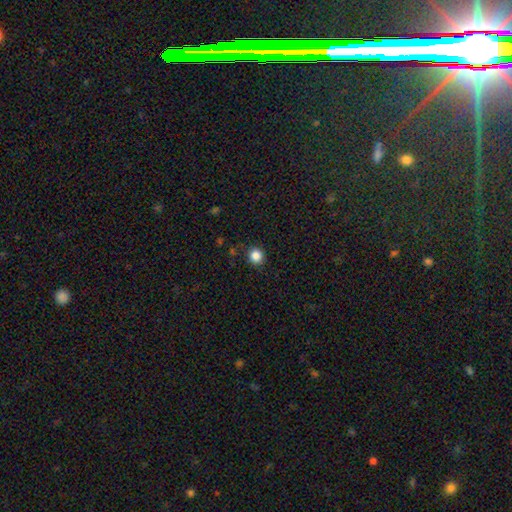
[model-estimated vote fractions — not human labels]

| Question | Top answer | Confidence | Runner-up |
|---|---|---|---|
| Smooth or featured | smooth | 85% | star or artifact (11%) |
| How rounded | round | 90% | in between (9%) |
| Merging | none | 88% | minor disturbance (8%) |